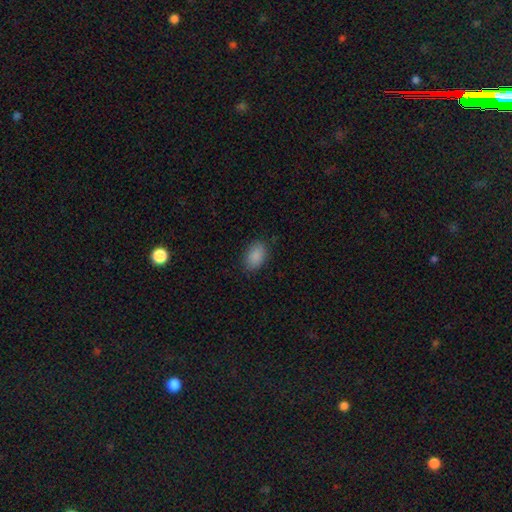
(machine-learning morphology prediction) A smooth galaxy with no disk features (88%) that is in between round and cigar-shaped (87%).

Vote fractions:
- Smooth or featured? smooth: 88% / star or artifact: 8% / featured or disk: 4%
- How rounded? in between: 87% / round: 12% / cigar-shaped: 1%
- Merging? none: 83% / minor disturbance: 13% / major disturbance: 3% / merger: 1%